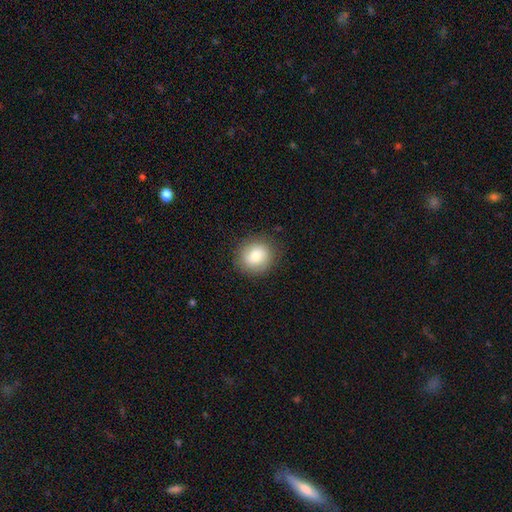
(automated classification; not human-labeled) Q: Smooth or featured?
A: smooth (78%); runner-up: featured or disk (14%)
Q: How rounded?
A: round (85%); runner-up: in between (14%)
Q: Merging?
A: none (86%); runner-up: minor disturbance (10%)